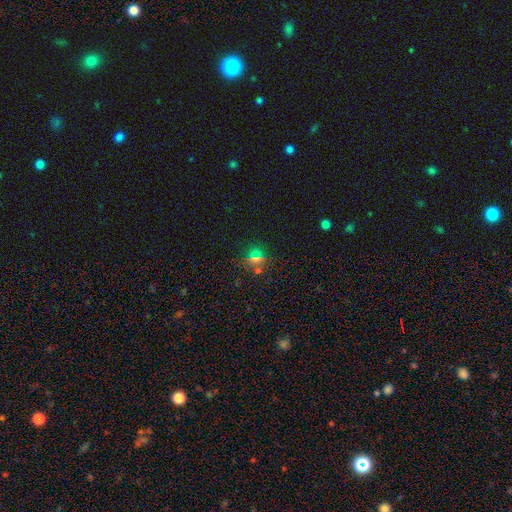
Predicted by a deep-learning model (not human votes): This is possibly a smooth galaxy (51%). How rounded: clearly round (82%). Merging: clearly none (82%).